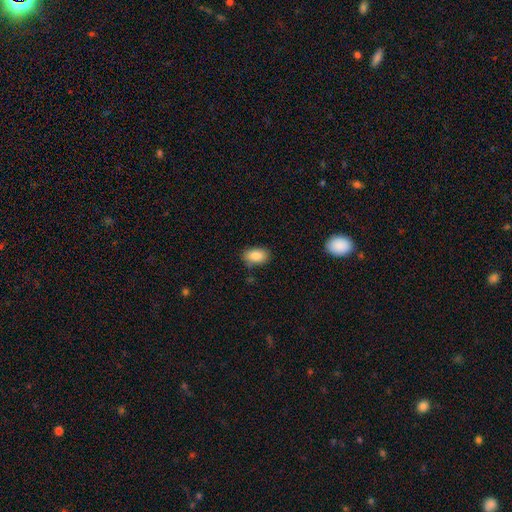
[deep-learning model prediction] Smooth or featured? Predicted: smooth (p=0.87). How rounded? Predicted: in between (p=0.90). Merging? Predicted: none (p=0.82).